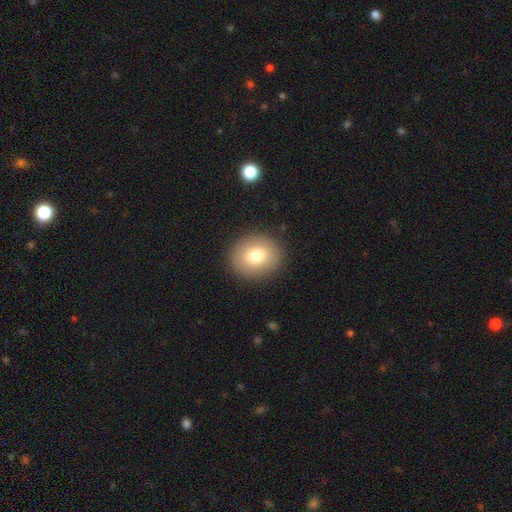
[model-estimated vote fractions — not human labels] Q: Smooth or featured?
A: smooth (77%); runner-up: featured or disk (14%)
Q: How rounded?
A: round (78%); runner-up: in between (21%)
Q: Merging?
A: none (90%); runner-up: minor disturbance (7%)